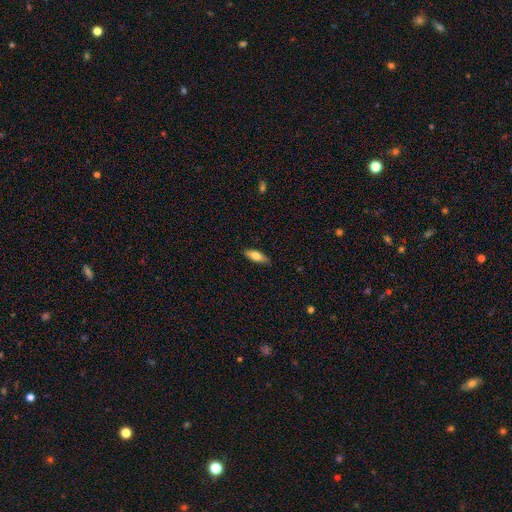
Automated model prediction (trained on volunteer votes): Smooth or featured? smooth (73%)
How rounded? in between (64%)
Merging? none (86%)